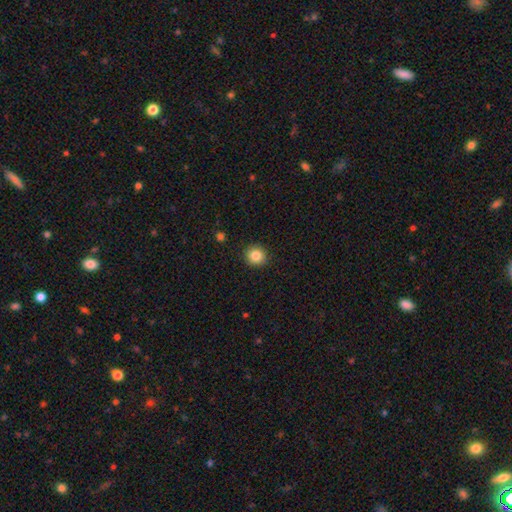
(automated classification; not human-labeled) A smooth galaxy with no disk features (85%) that is round (90%). Merging: none (91%).